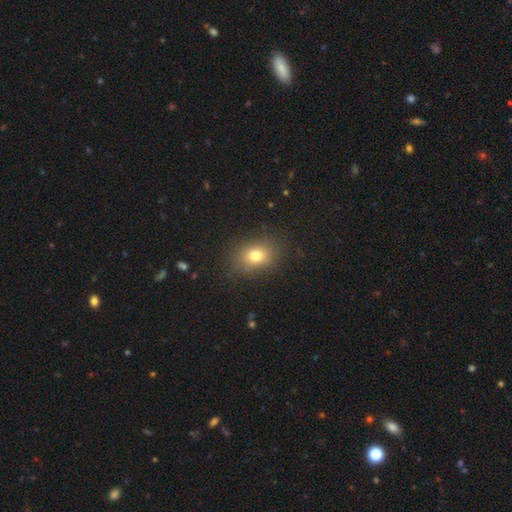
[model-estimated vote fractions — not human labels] A smooth galaxy with no disk features (76%) that is in between round and cigar-shaped (60%).

Vote fractions:
- Smooth or featured? smooth: 76% / star or artifact: 14% / featured or disk: 10%
- How rounded? in between: 60% / round: 39% / cigar-shaped: 1%
- Merging? none: 83% / minor disturbance: 12% / major disturbance: 4% / merger: 1%